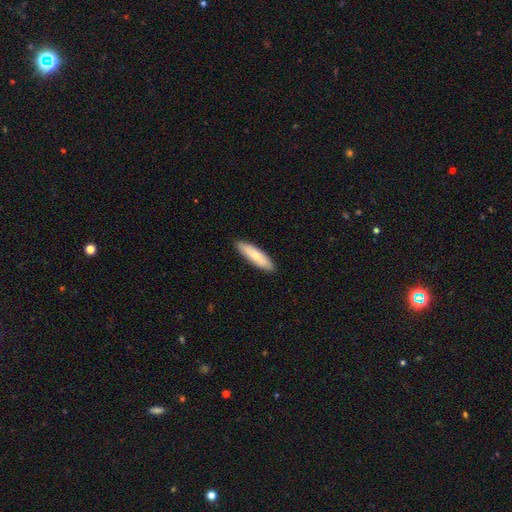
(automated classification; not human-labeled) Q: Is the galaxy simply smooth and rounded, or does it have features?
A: smooth — 77%.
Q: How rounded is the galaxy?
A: cigar-shaped — 69%.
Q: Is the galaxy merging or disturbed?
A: none — 89%.